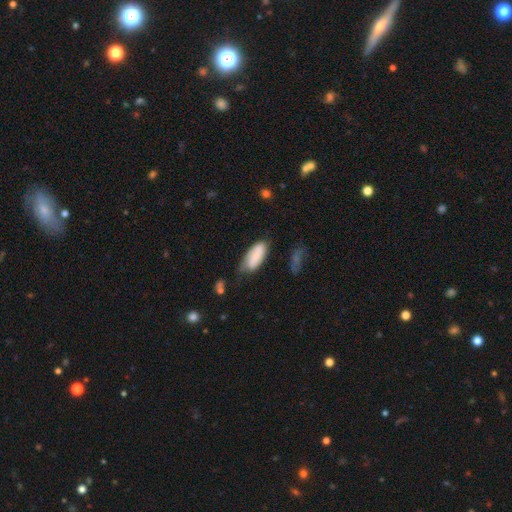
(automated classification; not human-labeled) smooth 77%, featured or disk 16%, star or artifact 7%. Down the decision tree: how rounded — in between (85%); merging — none (49%).